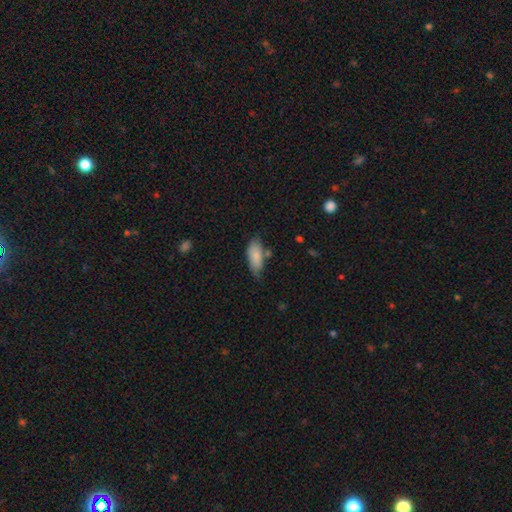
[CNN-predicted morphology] smooth 84%, featured or disk 9%, star or artifact 7%. Down the decision tree: how rounded — in between (83%); merging — none (56%).